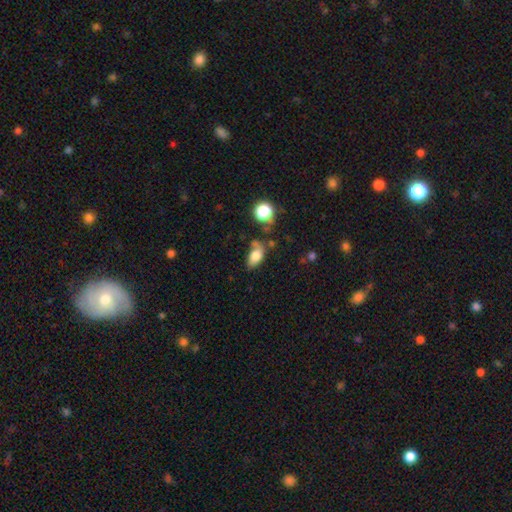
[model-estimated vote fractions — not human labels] Smooth or featured?
  - smooth: 74% *
  - featured or disk: 15%
  - star or artifact: 10%
How rounded?
  - in between: 86% *
  - round: 11%
  - cigar-shaped: 3%
Merging?
  - none: 41% *
  - minor disturbance: 28%
  - major disturbance: 16%
  - merger: 15%